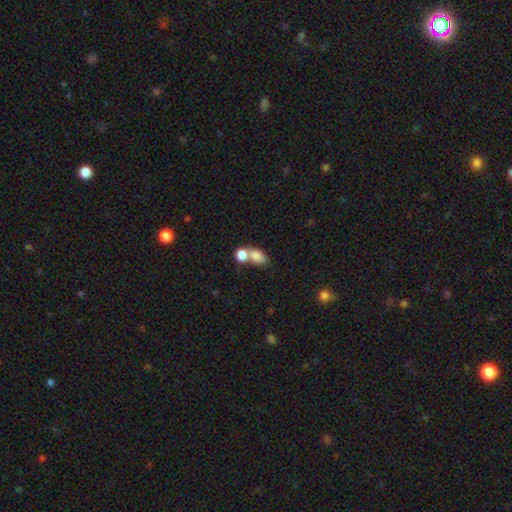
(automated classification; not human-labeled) This appears to be a smooth galaxy with no disk features (81%) that is in between round and cigar-shaped (79%). Merging: merger (58%).